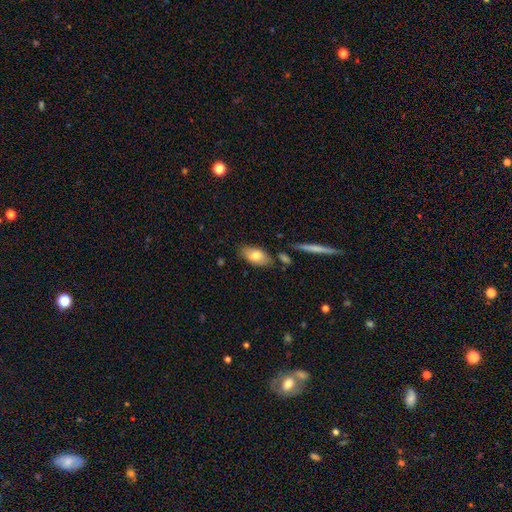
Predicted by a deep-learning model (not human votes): Smooth or featured?
  - smooth: 75% *
  - featured or disk: 18%
  - star or artifact: 6%
How rounded?
  - in between: 91% *
  - cigar-shaped: 5%
  - round: 4%
Merging?
  - none: 76% *
  - minor disturbance: 15%
  - merger: 5%
  - major disturbance: 3%